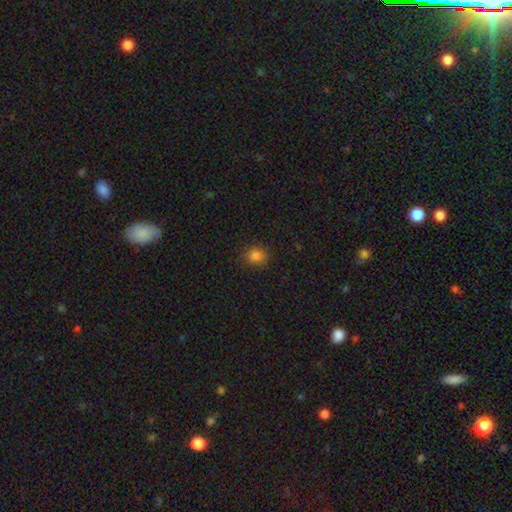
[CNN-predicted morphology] A smooth galaxy with no disk features (83%) that is round (75%).

Vote fractions:
- Smooth or featured? smooth: 83% / star or artifact: 13% / featured or disk: 4%
- How rounded? round: 75% / in between: 24% / cigar-shaped: 1%
- Merging? none: 87% / minor disturbance: 9% / major disturbance: 3% / merger: 1%